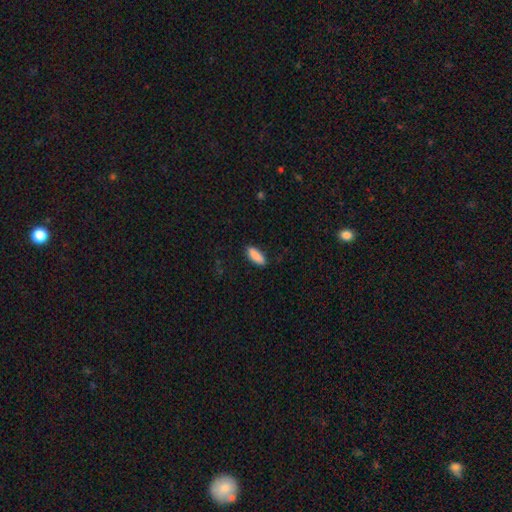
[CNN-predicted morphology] This appears to be a smooth galaxy with no disk features (89%) that is in between round and cigar-shaped (64%). Merging: none (88%).